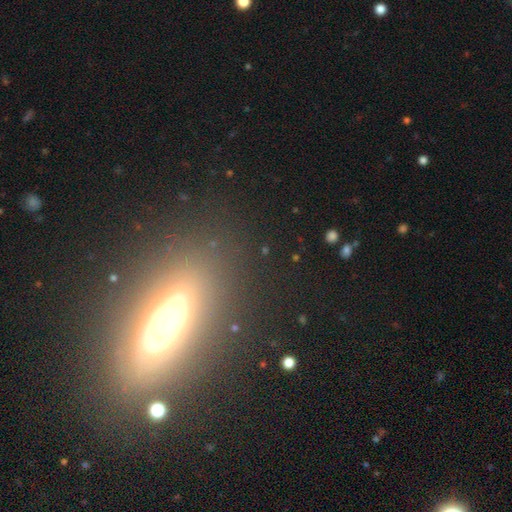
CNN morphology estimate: A featured or disk galaxy (45%).

Vote fractions:
- Smooth or featured? featured or disk: 45% / smooth: 40% / star or artifact: 15%
- Merging? none: 83% / minor disturbance: 10% / major disturbance: 5% / merger: 2%